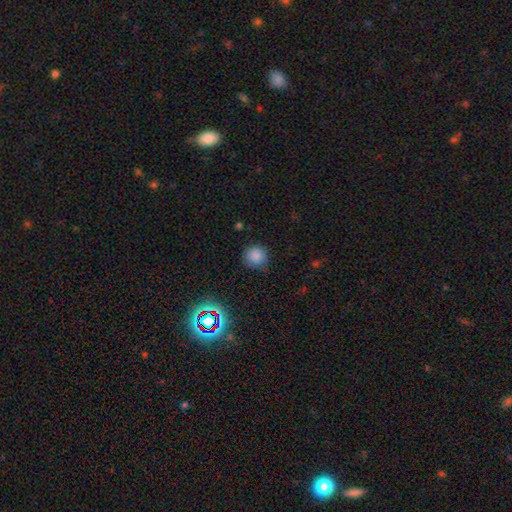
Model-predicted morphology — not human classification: A smooth galaxy with no disk features (83%) that is round (92%). Merging: none (81%).